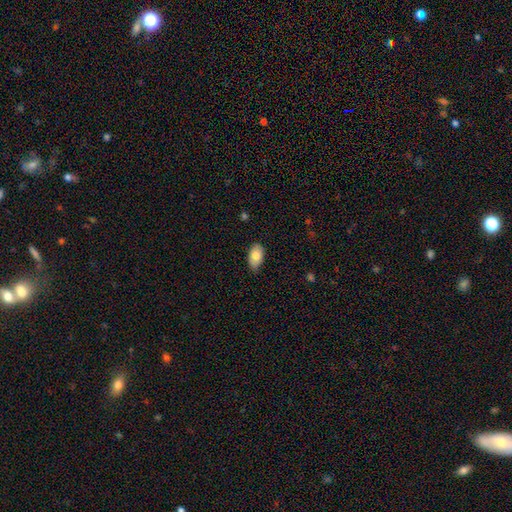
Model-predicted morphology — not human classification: smooth 79%, featured or disk 14%, star or artifact 7%. Down the decision tree: how rounded — in between (93%); merging — none (83%).